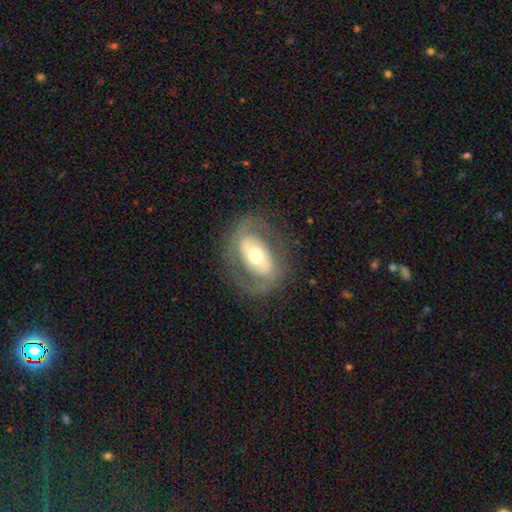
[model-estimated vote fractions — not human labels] smooth_or_featured: featured or disk (p=0.72) [alt: smooth p=0.22]
disk_edge_on: no (p=0.94) [alt: yes p=0.06]
bar: no (p=0.36) [alt: strong p=0.35]
has_spiral_arms: yes (p=0.66) [alt: no p=0.34]
bulge_size: moderate (p=0.67) [alt: small p=0.19]
merging: none (p=0.77) [alt: minor disturbance p=0.13]